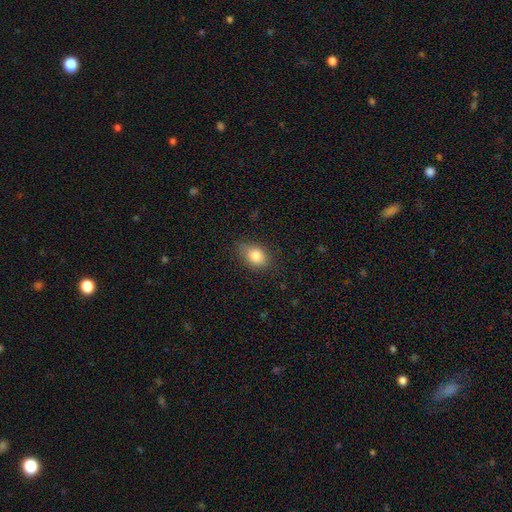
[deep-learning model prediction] This appears to be a smooth galaxy with no disk features (82%) that is in between round and cigar-shaped (74%). Merging: none (76%).